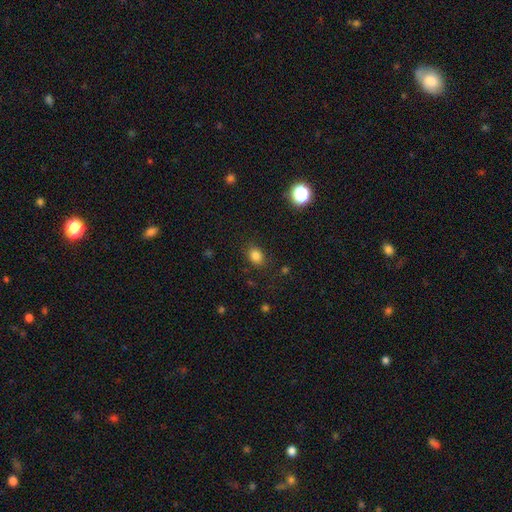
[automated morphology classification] Smooth or featured? smooth (82%)
How rounded? in between (56%)
Merging? none (85%)